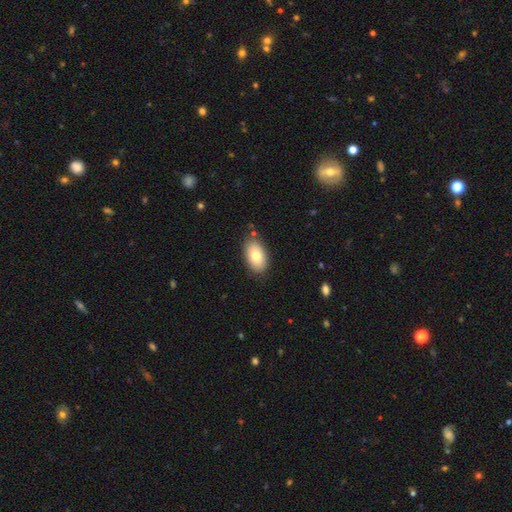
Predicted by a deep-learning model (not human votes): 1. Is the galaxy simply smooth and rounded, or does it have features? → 79% smooth, 14% featured or disk, 7% star or artifact.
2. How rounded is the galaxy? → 93% in between, 6% round, 1% cigar-shaped.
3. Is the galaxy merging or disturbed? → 84% none, 12% minor disturbance, 2% major disturbance, 2% merger.